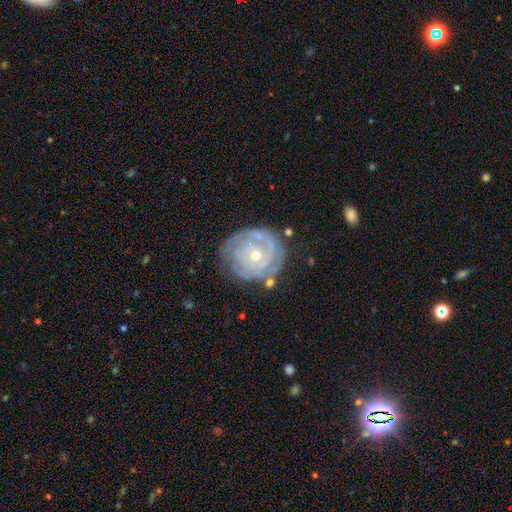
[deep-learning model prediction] A featured or disk galaxy (82%) with no bar (80%), tight (81%) spiral arms (91%) and a small central bulge (56%).

Vote fractions:
- Smooth or featured? featured or disk: 82% / smooth: 12% / star or artifact: 6%
- Edge-on disk? no: 97% / yes: 3%
- Bar? no: 80% / weak: 16% / strong: 4%
- Spiral arms? yes: 91% / no: 9%
- Spiral winding? tight: 81% / medium: 15% / loose: 4%
- Spiral arm count? can't tell: 38% / 3: 21% / 2: 20% / 4: 10% / 1: 6% / more than 4: 6%
- Bulge size? small: 56% / moderate: 42% / large: 1% / none: 1% / dominant: 1%
- Merging? none: 72% / minor disturbance: 18% / major disturbance: 7% / merger: 3%